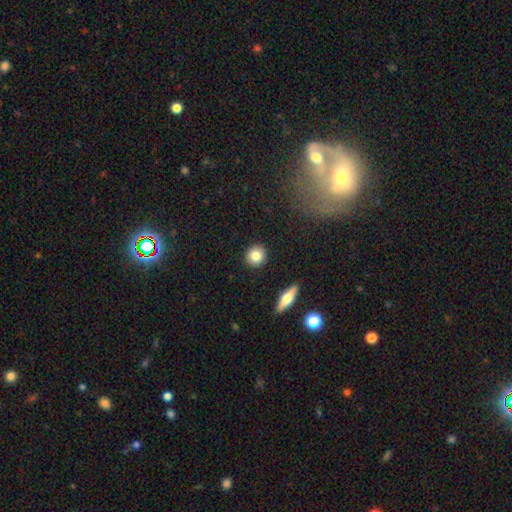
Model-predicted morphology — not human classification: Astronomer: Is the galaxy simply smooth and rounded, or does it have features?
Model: smooth — 82%.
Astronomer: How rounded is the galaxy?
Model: round — 89%.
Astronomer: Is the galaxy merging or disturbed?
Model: none — 92%.